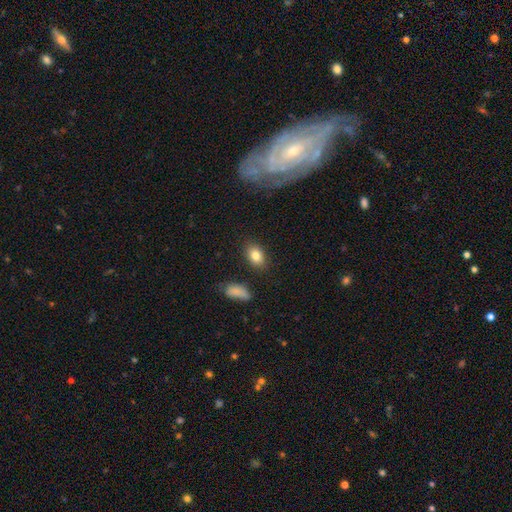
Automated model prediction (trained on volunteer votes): The model was most divided on "how rounded": in between: 81%, round: 17%, cigar-shaped: 2%. More confident: merging — none (84%); smooth or featured — smooth (82%).